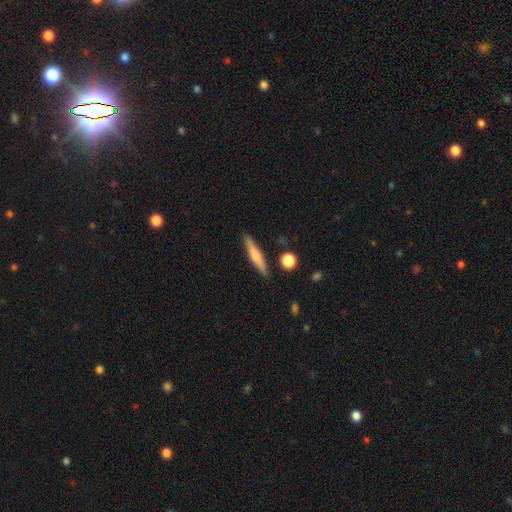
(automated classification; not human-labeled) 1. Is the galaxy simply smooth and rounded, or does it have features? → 56% smooth, 38% featured or disk, 6% star or artifact.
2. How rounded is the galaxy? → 90% cigar-shaped, 7% in between, 2% round.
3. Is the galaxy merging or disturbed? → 87% none, 8% minor disturbance, 3% merger, 2% major disturbance.